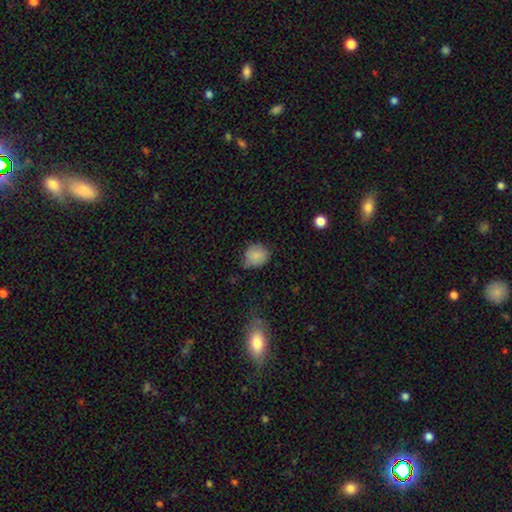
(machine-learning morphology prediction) A smooth galaxy with no disk features (82%) that is round (78%). Merging: none (59%).